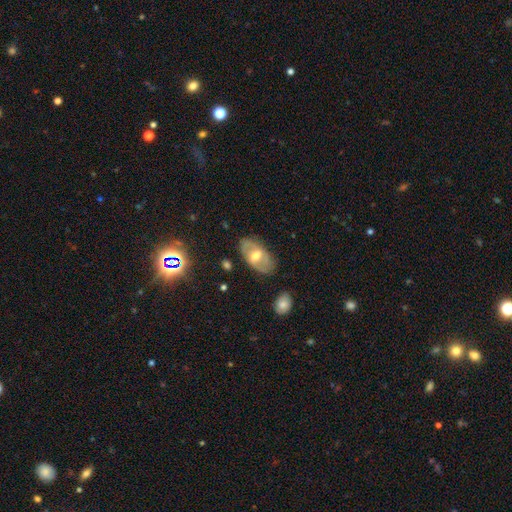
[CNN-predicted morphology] Smooth or featured? Predicted: featured or disk (p=0.56). Edge-on disk? Predicted: no (p=0.90). Bar? Predicted: weak (p=0.48). Spiral arms? Predicted: yes (p=0.56). Bulge size? Predicted: moderate (p=0.70). Merging? Predicted: none (p=0.77).